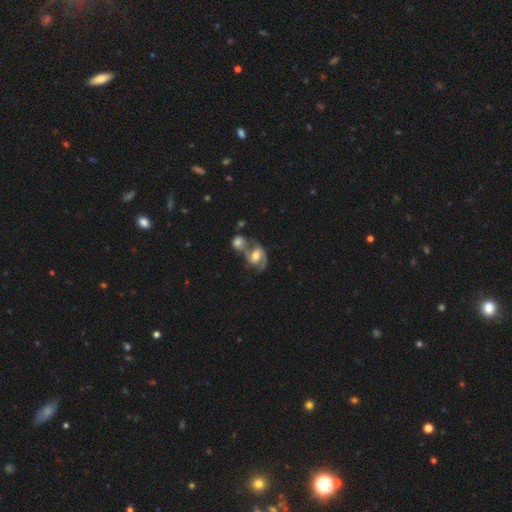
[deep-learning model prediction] Smooth or featured?
  - featured or disk: 83% *
  - smooth: 10%
  - star or artifact: 6%
Edge-on disk?
  - no: 98% *
  - yes: 2%
Bar?
  - weak: 43% *
  - no: 35%
  - strong: 22%
Spiral arms?
  - yes: 95% *
  - no: 5%
Spiral winding?
  - medium: 55% *
  - tight: 24%
  - loose: 21%
Spiral arm count?
  - 2: 86% *
  - 1: 7%
  - can't tell: 4%
  - 3: 2%
  - 4: 1%
  - more than 4: 1%
Bulge size?
  - moderate: 67% *
  - small: 15%
  - large: 14%
  - none: 2%
  - dominant: 1%
Merging?
  - merger: 48% *
  - none: 32%
  - minor disturbance: 11%
  - major disturbance: 9%